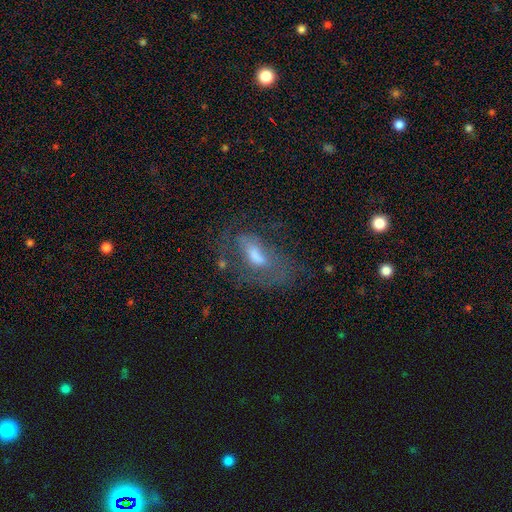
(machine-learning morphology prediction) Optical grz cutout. It shows a featured or disk galaxy (51%). Merging: none (41%).